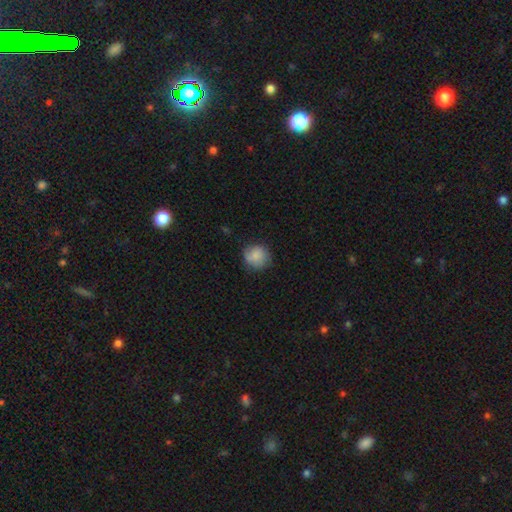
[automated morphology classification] This appears to be a smooth galaxy with no disk features (76%) that is round (86%). Merging: none (73%).